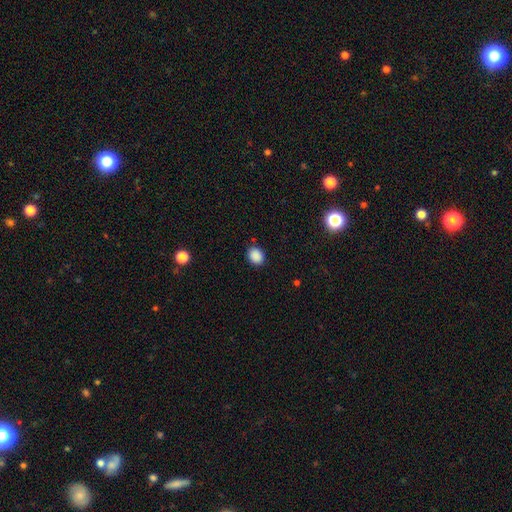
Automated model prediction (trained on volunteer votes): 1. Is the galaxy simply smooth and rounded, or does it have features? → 88% smooth, 9% star or artifact, 3% featured or disk.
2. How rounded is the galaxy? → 51% round, 48% in between, 1% cigar-shaped.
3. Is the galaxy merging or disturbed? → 86% none, 10% minor disturbance, 3% major disturbance, 1% merger.